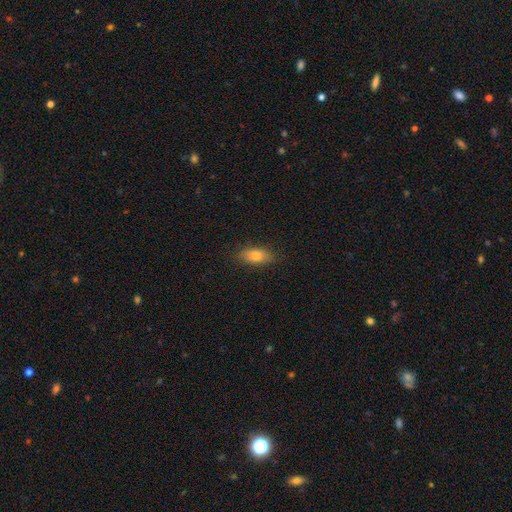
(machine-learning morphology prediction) This is likely a smooth galaxy (77%). How rounded: likely in between (79%). Merging: clearly none (84%).